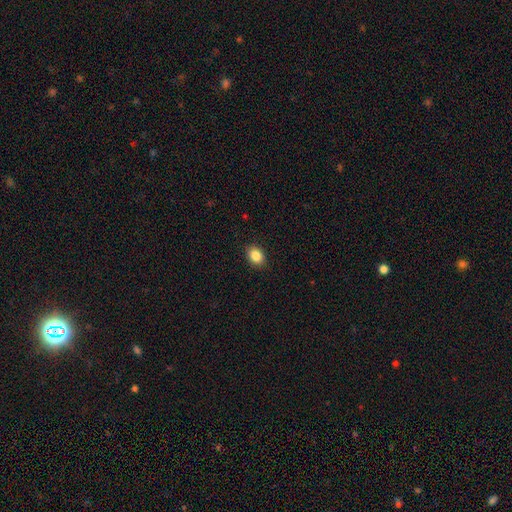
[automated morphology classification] Smooth or featured? Predicted: smooth (p=0.86). How rounded? Predicted: in between (p=0.66). Merging? Predicted: none (p=0.89).